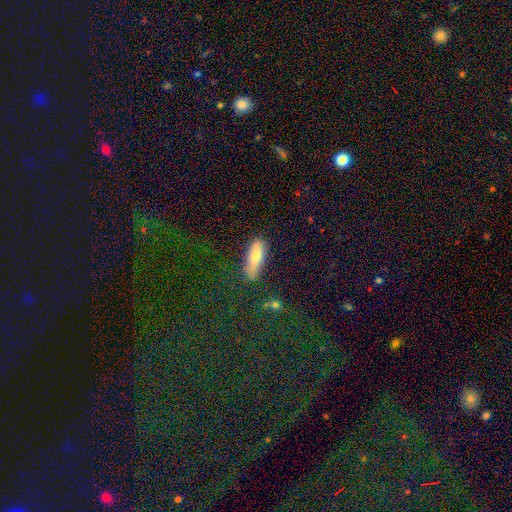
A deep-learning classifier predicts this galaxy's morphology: Smooth or featured? Predicted: smooth (p=0.71). How rounded? Predicted: cigar-shaped (p=0.49, tied with in between). Merging? Predicted: none (p=0.78).